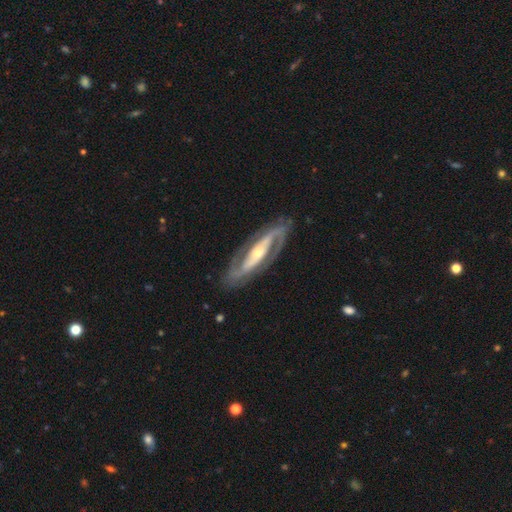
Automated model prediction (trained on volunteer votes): featured or disk 90%, smooth 5%, star or artifact 4%. Down the decision tree: edge-on disk — no (88%); bar — strong (51%); spiral arms — yes (96%); spiral arm count — 2 (91%); spiral winding — medium (47%); bulge size — moderate (48%); merging — none (84%).